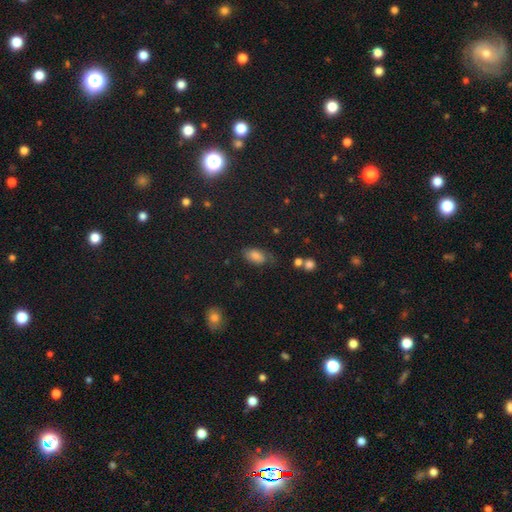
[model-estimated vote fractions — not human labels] Overall: smooth (67%). How rounded: in between (88%). Merging: none (61%; minor disturbance 25%).